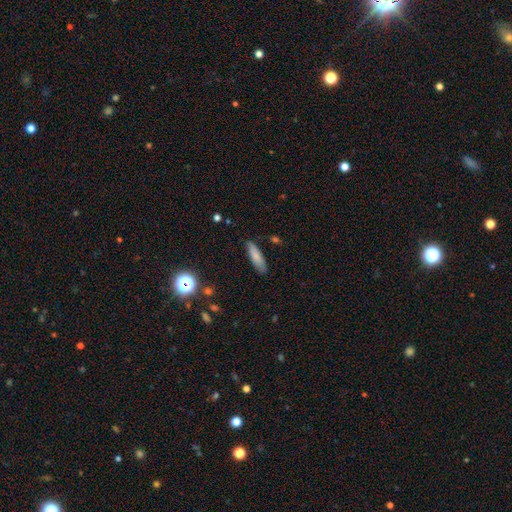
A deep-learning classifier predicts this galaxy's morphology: smooth 78%, featured or disk 14%, star or artifact 8%. Down the decision tree: how rounded — cigar-shaped (61%); merging — none (83%).